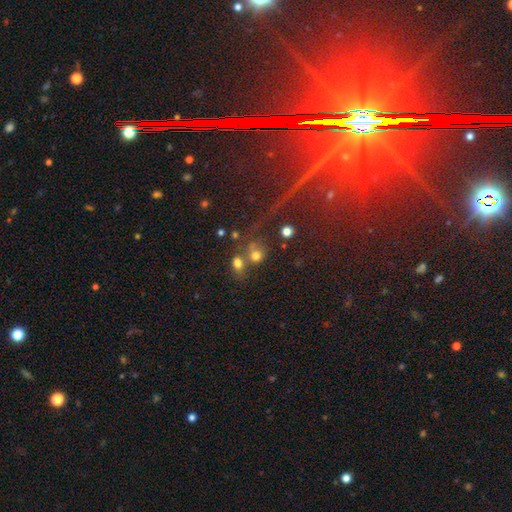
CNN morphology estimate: smooth 72%, star or artifact 17%, featured or disk 11%. Down the decision tree: how rounded — round (75%); merging — none (44%).